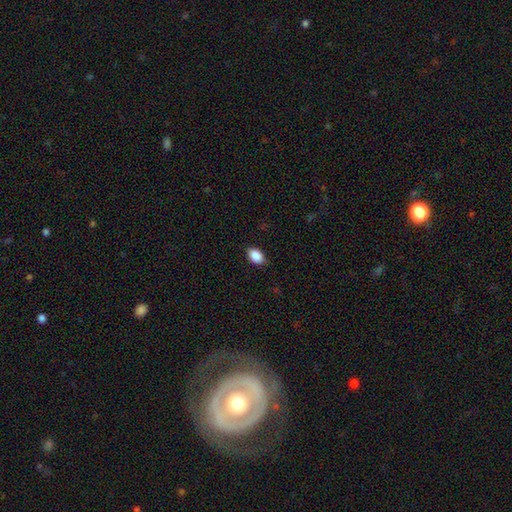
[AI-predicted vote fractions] Q: Smooth or featured?
A: smooth (89%); runner-up: star or artifact (8%)
Q: How rounded?
A: in between (88%); runner-up: round (11%)
Q: Merging?
A: none (87%); runner-up: minor disturbance (10%)